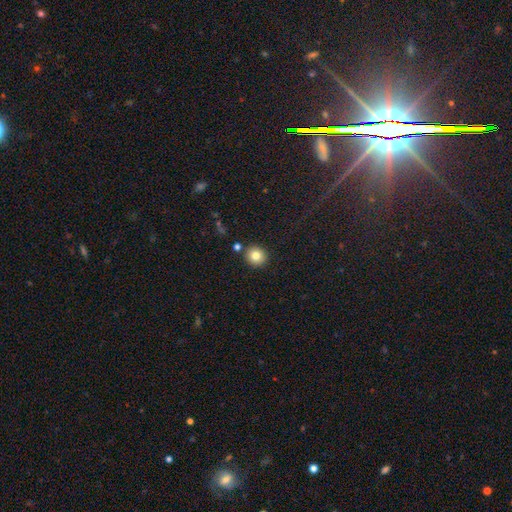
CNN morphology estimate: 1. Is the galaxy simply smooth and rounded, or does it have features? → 81% smooth, 11% star or artifact, 8% featured or disk.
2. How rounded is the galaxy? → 90% round, 9% in between, 1% cigar-shaped.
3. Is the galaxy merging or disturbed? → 86% none, 7% minor disturbance, 5% merger, 2% major disturbance.